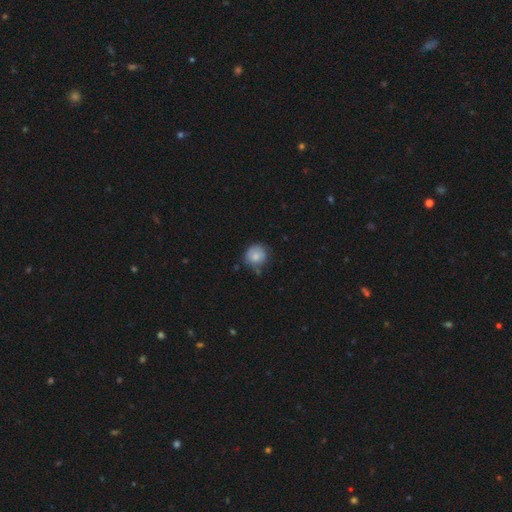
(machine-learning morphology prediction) Smooth or featured? Predicted: smooth (p=0.79). How rounded? Predicted: round (p=0.84). Merging? Predicted: none (p=0.61).